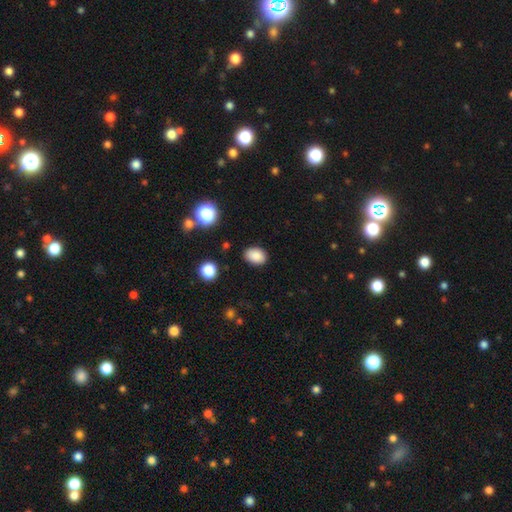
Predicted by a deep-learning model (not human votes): Smooth or featured? smooth (86%)
How rounded? in between (78%)
Merging? none (85%)